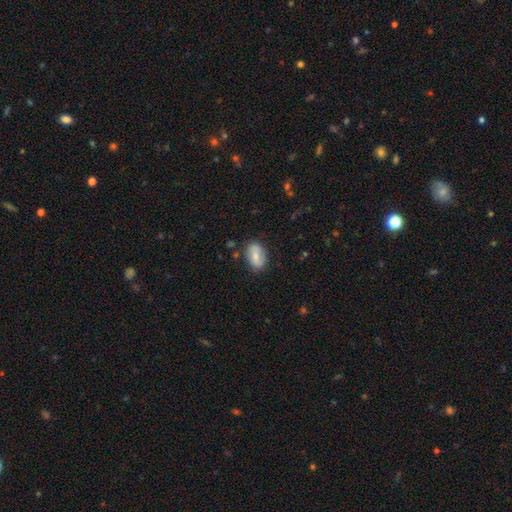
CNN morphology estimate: This appears to be a smooth galaxy with no disk features (59%) that is in between round and cigar-shaped (85%). Merging: none (79%).